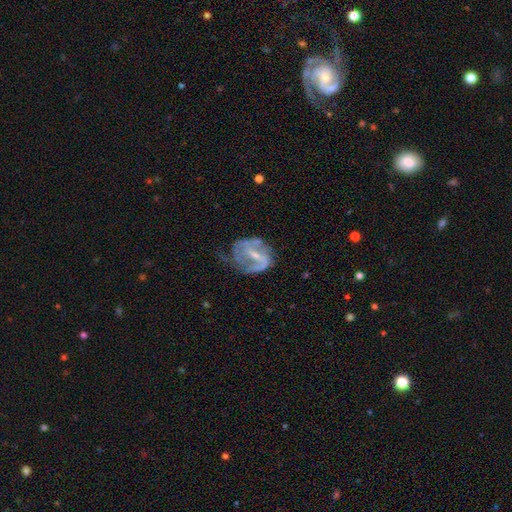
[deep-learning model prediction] Overall: featured or disk (84%). Edge-on disk: no (97%). Bar: weak (44%; strong 40%). Spiral arms: yes (88%). Spiral arm count: 2 (66%). Spiral winding: medium (45%; loose 32%). Bulge size: small (59%; moderate 29%). Merging: none (43%; major disturbance 27%).